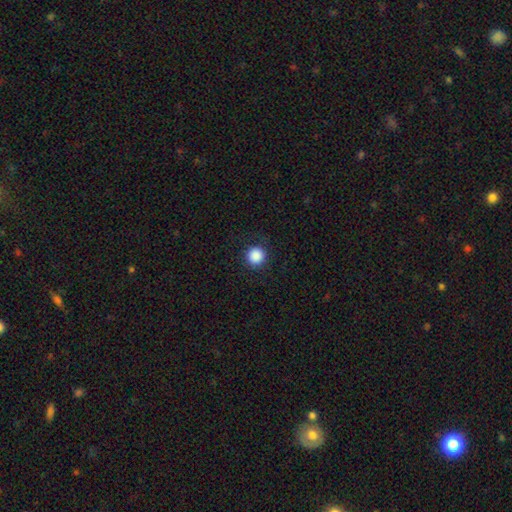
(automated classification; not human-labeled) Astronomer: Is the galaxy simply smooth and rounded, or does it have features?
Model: smooth — 88%.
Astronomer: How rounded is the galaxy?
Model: round — 95%.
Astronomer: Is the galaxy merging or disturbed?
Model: none — 90%.